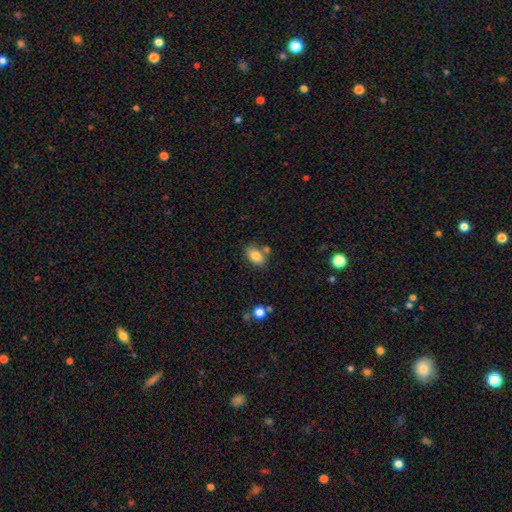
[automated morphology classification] smooth 82%, featured or disk 10%, star or artifact 8%. Down the decision tree: how rounded — in between (89%); merging — none (66%).